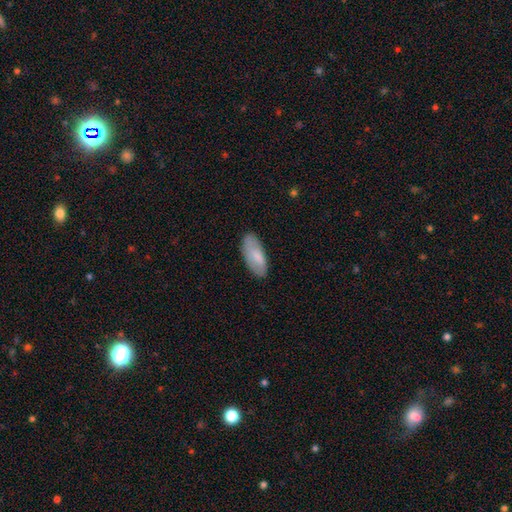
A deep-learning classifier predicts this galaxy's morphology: Q: Smooth or featured?
A: smooth (79%); runner-up: featured or disk (15%)
Q: How rounded?
A: in between (84%); runner-up: cigar-shaped (14%)
Q: Merging?
A: none (79%); runner-up: minor disturbance (16%)